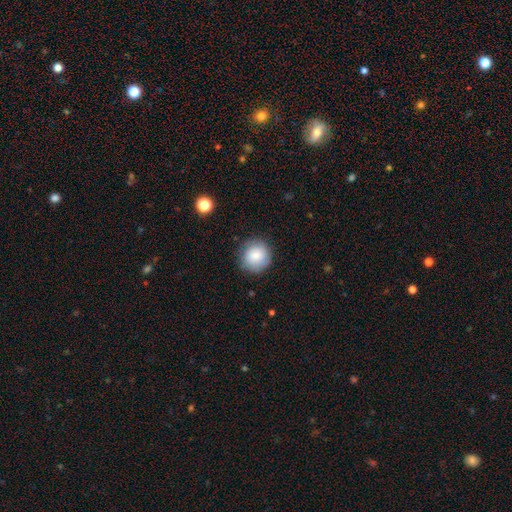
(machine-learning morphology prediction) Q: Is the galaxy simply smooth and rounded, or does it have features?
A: smooth — 79%.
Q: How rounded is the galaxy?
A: round — 92%.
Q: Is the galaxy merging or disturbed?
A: none — 84%.